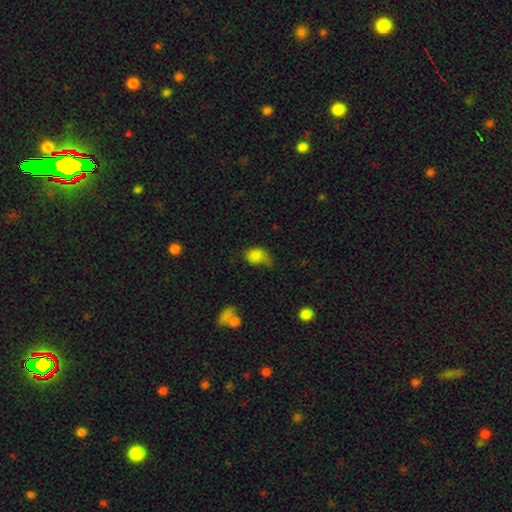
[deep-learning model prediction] The model was most divided on "merging": minor disturbance: 35%, major disturbance: 31%, none: 28%, merger: 6%. More confident: smooth or featured — smooth (79%); how rounded — in between (58%).